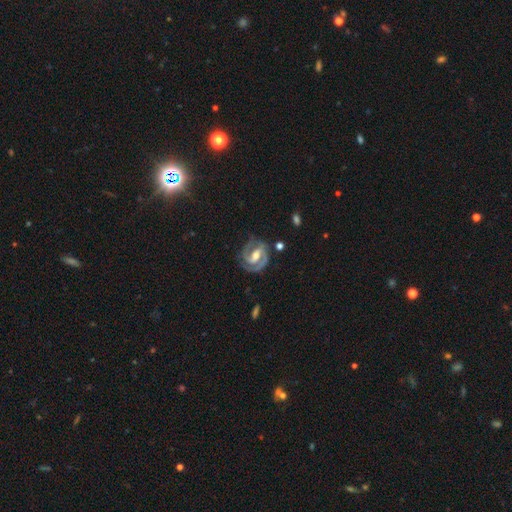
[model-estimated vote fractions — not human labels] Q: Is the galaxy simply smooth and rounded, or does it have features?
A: featured or disk — 90%.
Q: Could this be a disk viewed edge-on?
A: no — 97%.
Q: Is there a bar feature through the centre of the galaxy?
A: strong — 45%.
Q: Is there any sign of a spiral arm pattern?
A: yes — 97%.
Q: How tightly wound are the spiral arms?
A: tight — 53%.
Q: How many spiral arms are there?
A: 2 — 86%.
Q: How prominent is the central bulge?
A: moderate — 65%.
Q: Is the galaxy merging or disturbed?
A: none — 76%.